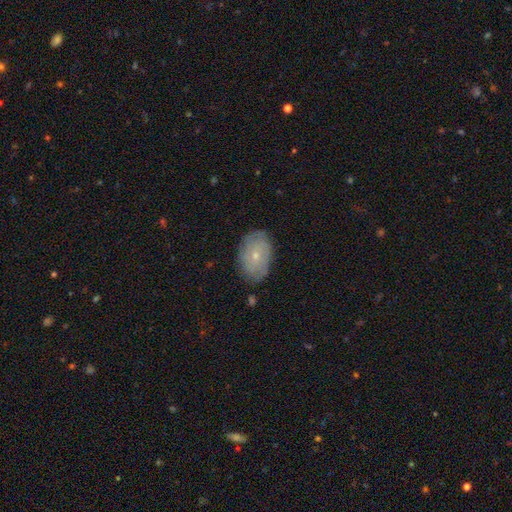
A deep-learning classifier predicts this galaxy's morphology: The model was most divided on "smooth or featured": smooth: 51%, featured or disk: 41%, star or artifact: 8%. More confident: how rounded — in between (85%); merging — none (78%).